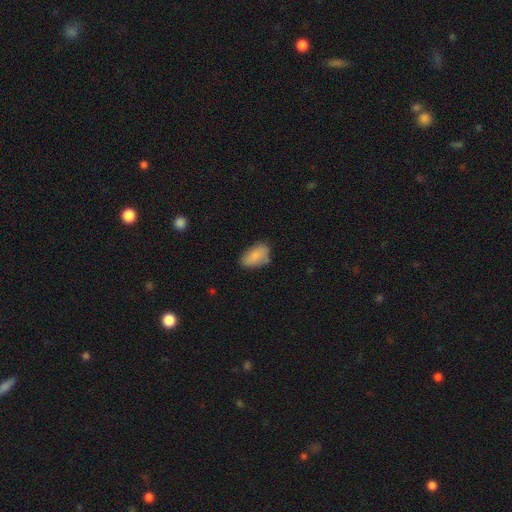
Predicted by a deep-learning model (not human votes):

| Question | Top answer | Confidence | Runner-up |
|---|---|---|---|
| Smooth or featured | smooth | 84% | featured or disk (9%) |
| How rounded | in between | 92% | round (6%) |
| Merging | none | 65% | minor disturbance (26%) |